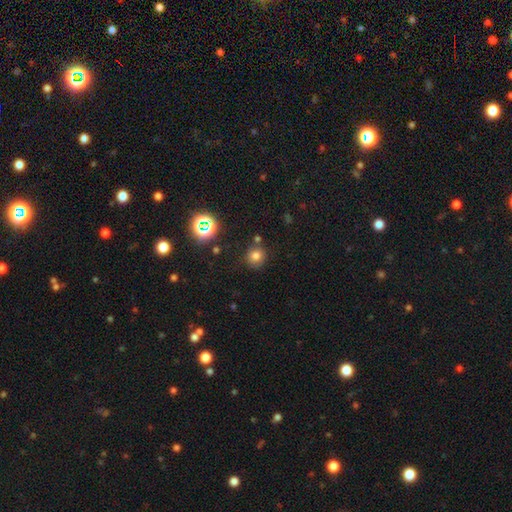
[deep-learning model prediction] Smooth or featured?
  - smooth: 73% *
  - star or artifact: 19%
  - featured or disk: 8%
How rounded?
  - round: 88% *
  - in between: 11%
  - cigar-shaped: 1%
Merging?
  - none: 77% *
  - minor disturbance: 11%
  - merger: 9%
  - major disturbance: 3%